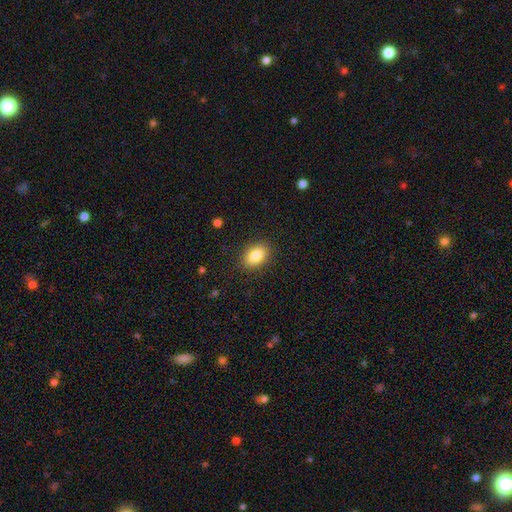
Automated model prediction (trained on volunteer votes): The model was most divided on "how rounded": in between: 82%, round: 17%, cigar-shaped: 1%. More confident: merging — none (87%); smooth or featured — smooth (85%).